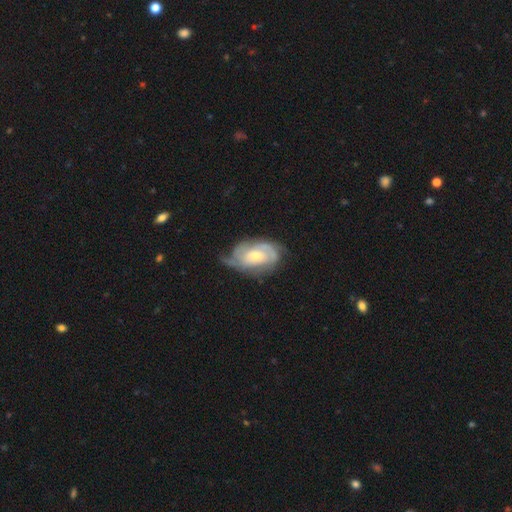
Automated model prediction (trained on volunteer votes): smooth-or-featured: featured or disk: 79% | smooth: 16% | star or artifact: 5%
  disk-edge-on: no: 96% | yes: 4%
    bar: no: 61% | weak: 32% | strong: 7%
    has-spiral-arms: yes: 92% | no: 8%
      spiral-winding: tight: 54% | medium: 33% | loose: 13%
      spiral-arm-count: 2: 37% | can't tell: 30% | 3: 17% | 1: 7% | 4: 5% | more than 4: 4%
    bulge-size: moderate: 51% | small: 43% | large: 4% | none: 2% | dominant: 1%
  merging: none: 53% | minor disturbance: 29% | major disturbance: 17% | merger: 2%